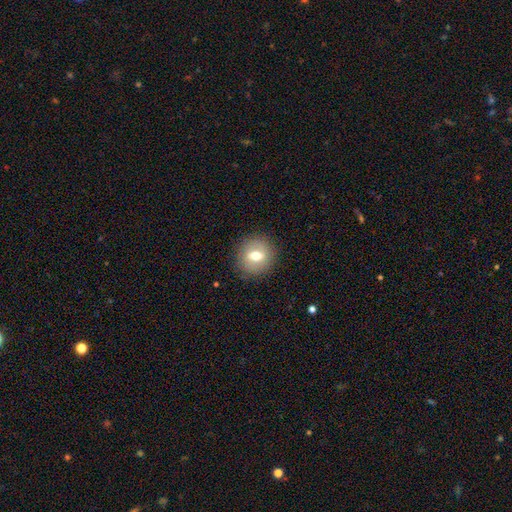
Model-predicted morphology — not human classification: smooth 61%, featured or disk 29%, star or artifact 10%. Down the decision tree: how rounded — round (82%); merging — none (86%).